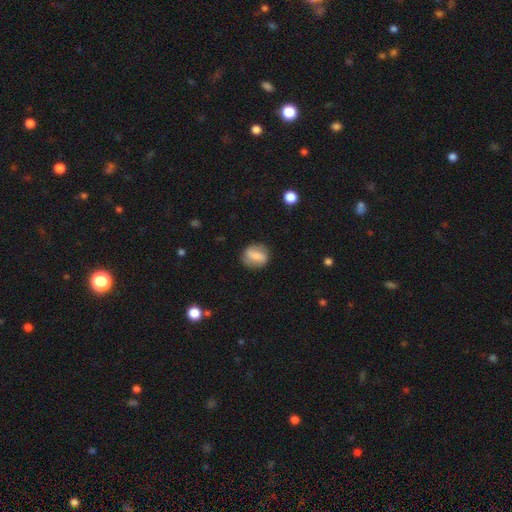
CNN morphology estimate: smooth_or_featured: smooth (p=0.68) [alt: featured or disk p=0.24]
how_rounded: round (p=0.55) [alt: in between p=0.42]
merging: none (p=0.77) [alt: minor disturbance p=0.16]